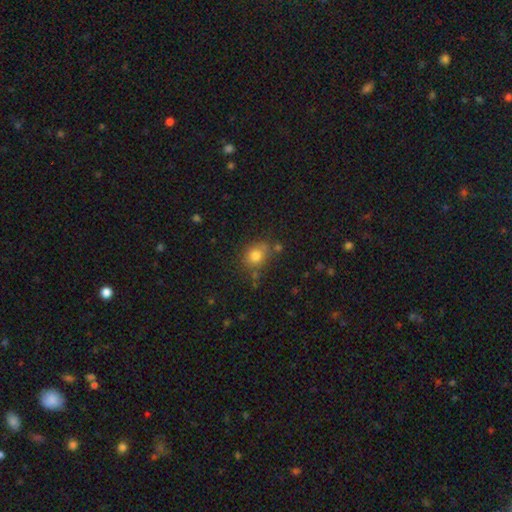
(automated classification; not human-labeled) The model was most divided on "how rounded": round: 66%, in between: 33%, cigar-shaped: 1%. More confident: smooth or featured — smooth (79%); merging — none (66%).